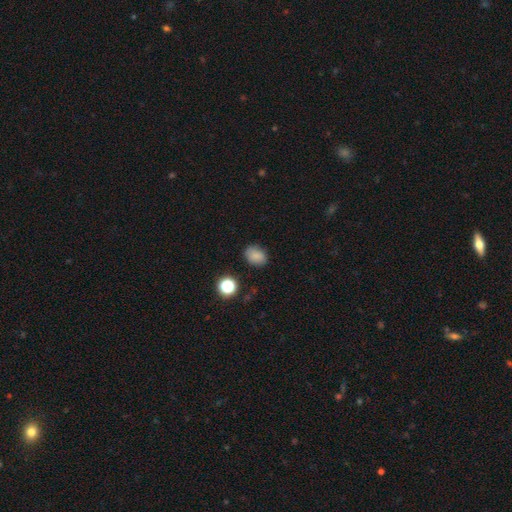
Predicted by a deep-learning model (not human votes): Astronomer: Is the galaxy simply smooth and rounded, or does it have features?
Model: smooth — 82%.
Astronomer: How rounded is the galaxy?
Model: in between — 64%.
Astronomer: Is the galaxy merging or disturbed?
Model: none — 83%.